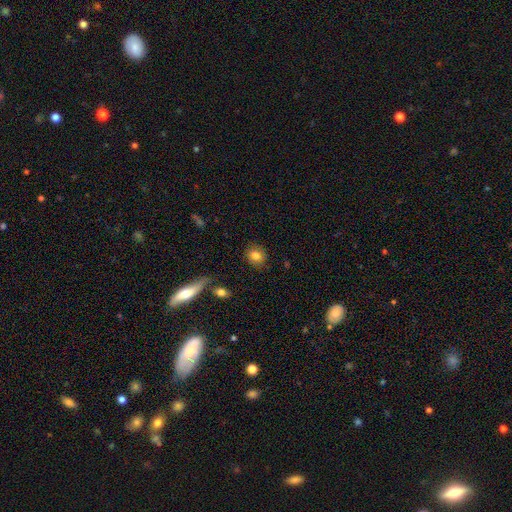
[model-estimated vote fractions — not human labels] smooth_or_featured: smooth (p=0.81) [alt: featured or disk p=0.09]
how_rounded: round (p=0.69) [alt: in between p=0.30]
merging: none (p=0.85) [alt: minor disturbance p=0.10]